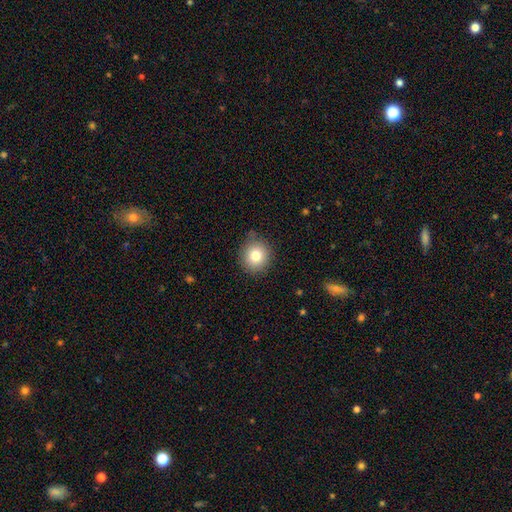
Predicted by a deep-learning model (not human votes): Smooth or featured: smooth — 81% (star or artifact — 10%)
How rounded: round — 87% (in between — 12%)
Merging: none — 82% (minor disturbance — 14%)